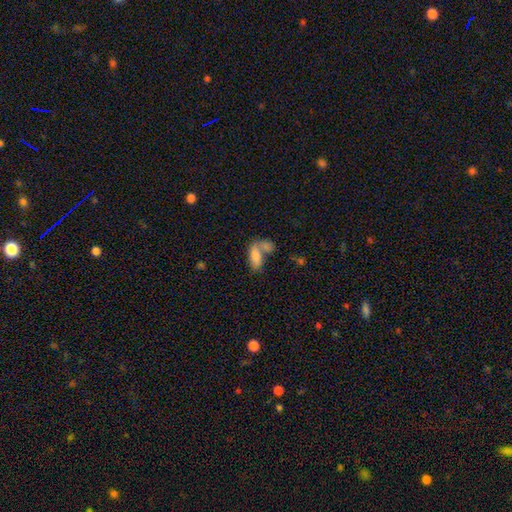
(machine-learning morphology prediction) This is likely a smooth galaxy (79%). How rounded: clearly in between (83%). Merging: possibly merger (54%).